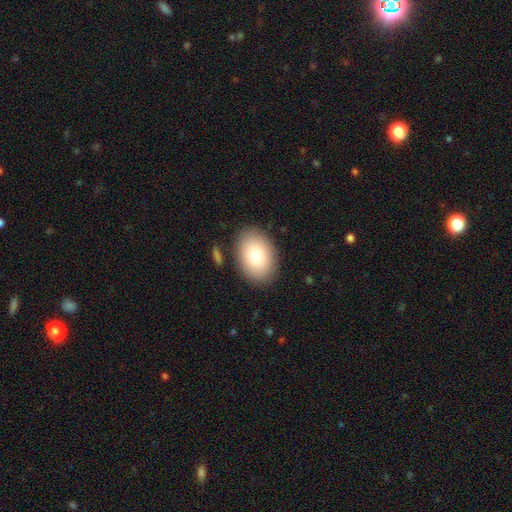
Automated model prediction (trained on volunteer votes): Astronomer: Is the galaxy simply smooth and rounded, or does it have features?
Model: smooth — 80%.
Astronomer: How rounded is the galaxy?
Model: in between — 83%.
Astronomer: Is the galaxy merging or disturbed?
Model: none — 86%.